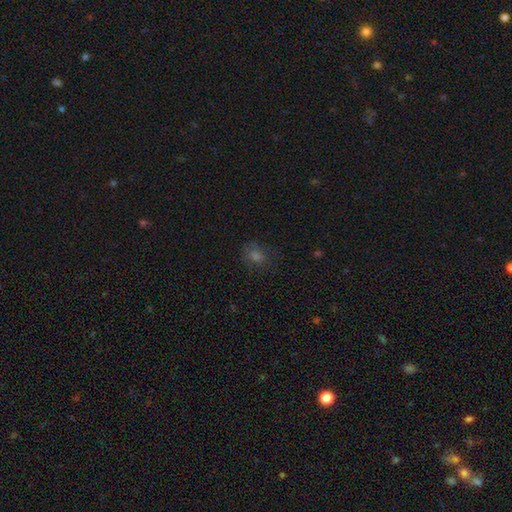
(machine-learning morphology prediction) A smooth galaxy with no disk features (59%) that is round (61%). Merging: none (76%).